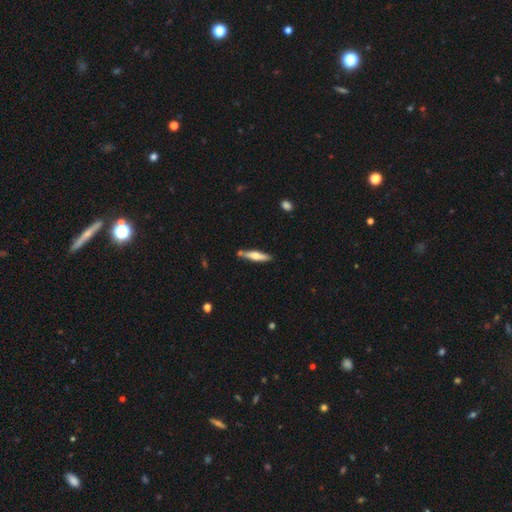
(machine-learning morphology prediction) Smooth or featured: smooth — 53% (featured or disk — 42%)
How rounded: cigar-shaped — 82% (in between — 17%)
Merging: none — 79% (minor disturbance — 12%)